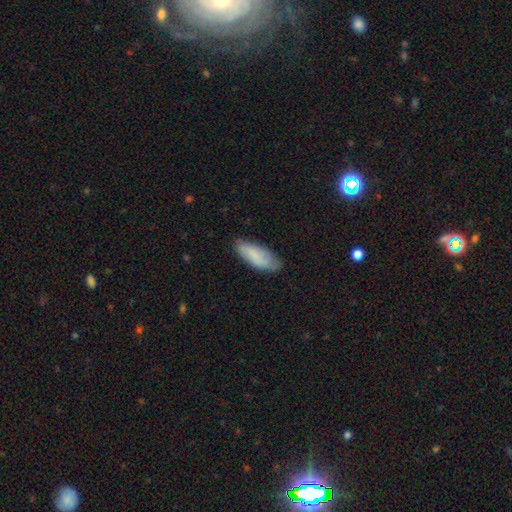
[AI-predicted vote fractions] smooth_or_featured: smooth (p=0.79) [alt: featured or disk p=0.15]
how_rounded: in between (p=0.72) [alt: cigar-shaped p=0.26]
merging: none (p=0.74) [alt: minor disturbance p=0.21]